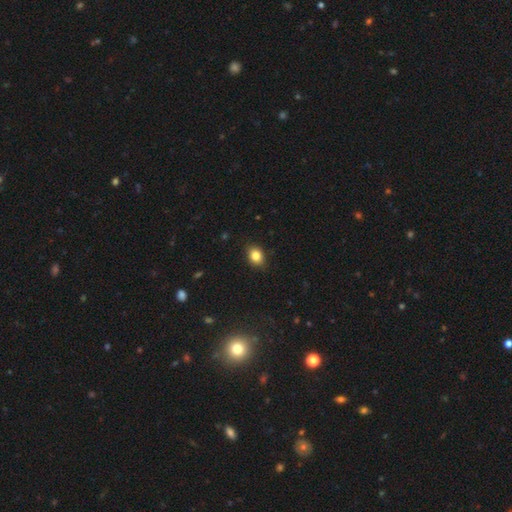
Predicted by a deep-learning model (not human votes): Smooth or featured? smooth (83%)
How rounded? in between (64%)
Merging? none (87%)